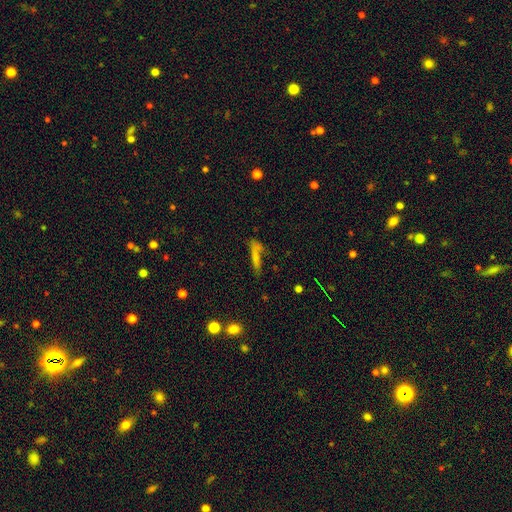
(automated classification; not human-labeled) A smooth galaxy with no disk features (68%) that is cigar-shaped (85%).

Vote fractions:
- Smooth or featured? smooth: 68% / featured or disk: 20% / star or artifact: 12%
- How rounded? cigar-shaped: 85% / in between: 12% / round: 3%
- Merging? none: 55% / minor disturbance: 20% / merger: 13% / major disturbance: 12%